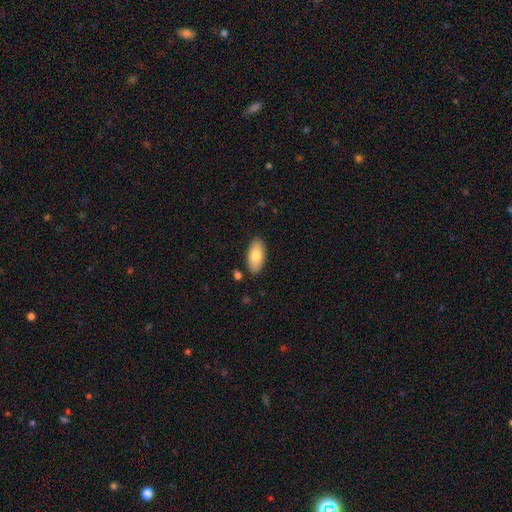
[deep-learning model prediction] Morphology: type=smooth (78%); roundness=in between (93%); merging=none (86%).